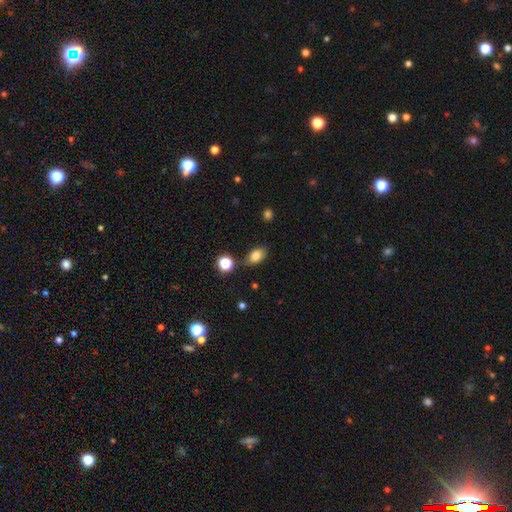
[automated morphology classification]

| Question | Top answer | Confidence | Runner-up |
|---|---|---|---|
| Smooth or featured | smooth | 82% | star or artifact (10%) |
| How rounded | in between | 85% | round (13%) |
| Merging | none | 72% | minor disturbance (17%) |